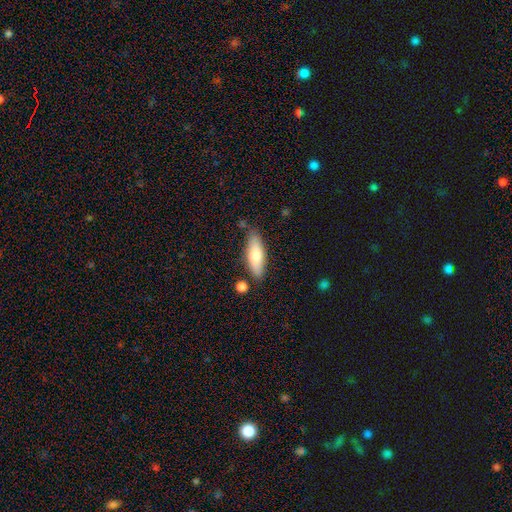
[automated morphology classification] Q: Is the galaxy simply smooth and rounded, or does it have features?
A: smooth — 72%.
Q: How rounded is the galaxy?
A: in between — 55%.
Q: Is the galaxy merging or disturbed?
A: none — 76%.